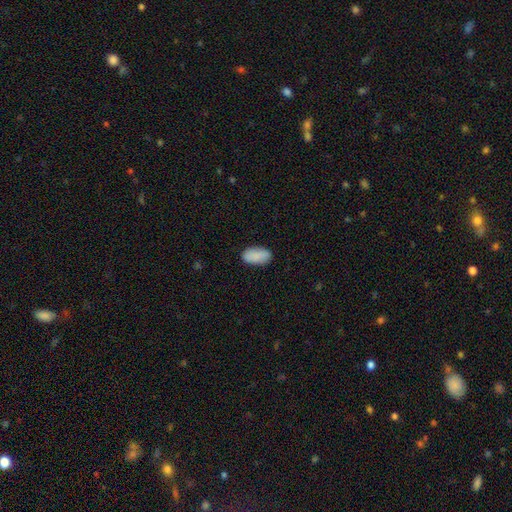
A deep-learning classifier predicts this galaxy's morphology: A smooth galaxy with no disk features (87%) that is in between round and cigar-shaped (94%). Merging: none (84%).